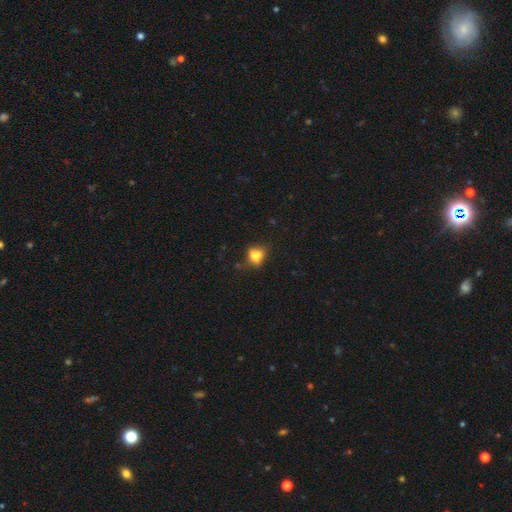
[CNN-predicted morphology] smooth_or_featured: smooth (p=0.78) [alt: star or artifact p=0.12]
how_rounded: in between (p=0.50) [alt: round p=0.49]
merging: none (p=0.52) [alt: minor disturbance p=0.27]